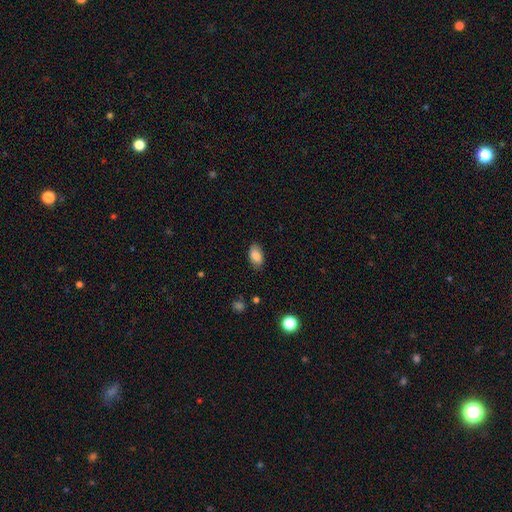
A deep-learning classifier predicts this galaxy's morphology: This is clearly a smooth galaxy (83%). How rounded: clearly in between (92%). Merging: clearly none (83%).